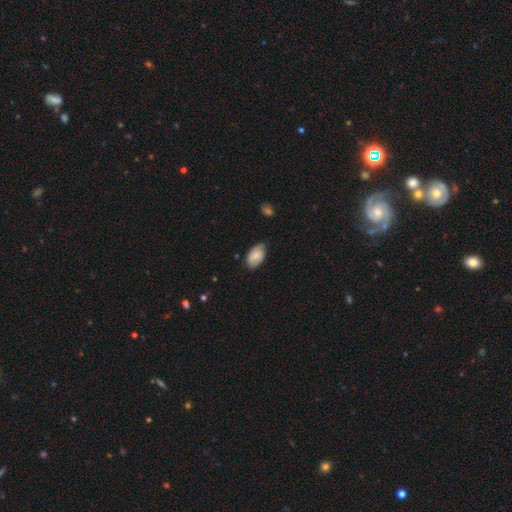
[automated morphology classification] A smooth galaxy with no disk features (69%) that is in between round and cigar-shaped (92%). Merging: none (61%).